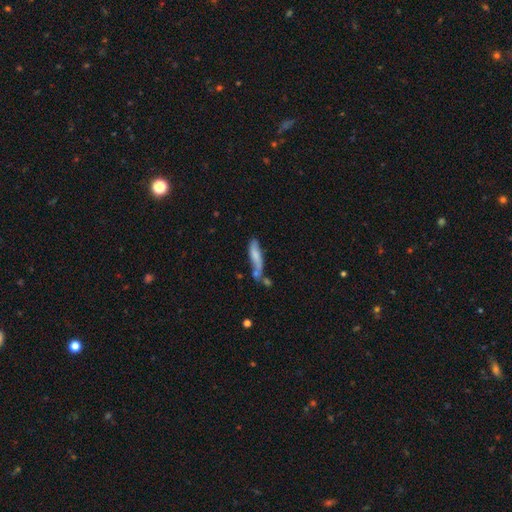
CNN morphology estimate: smooth 68%, featured or disk 25%, star or artifact 7%. Down the decision tree: how rounded — cigar-shaped (74%); merging — none (41%).